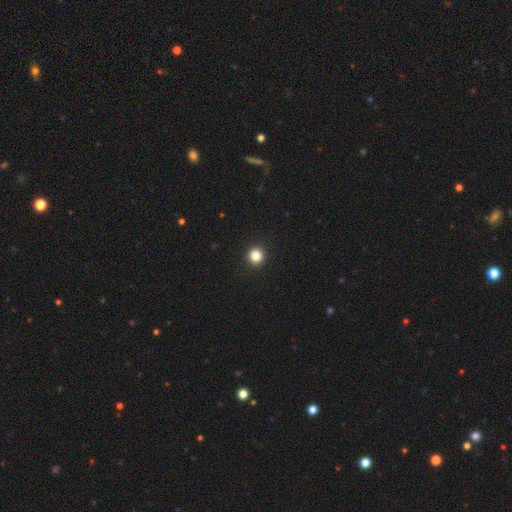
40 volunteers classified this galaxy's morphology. Volunteers were most divided on "merging": none: 86%, minor disturbance: 11%, major disturbance: 3%, merger: 0%. More confident: how rounded — round (94%); smooth or featured — smooth (90%).